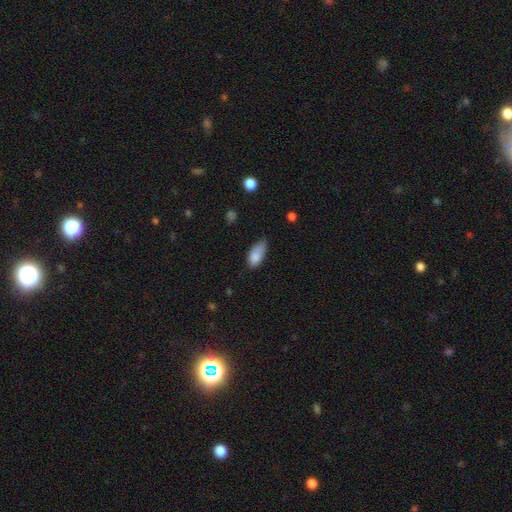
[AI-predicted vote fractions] This appears to be a smooth galaxy with no disk features (83%) that is in between round and cigar-shaped (88%). Merging: minor disturbance (46%).